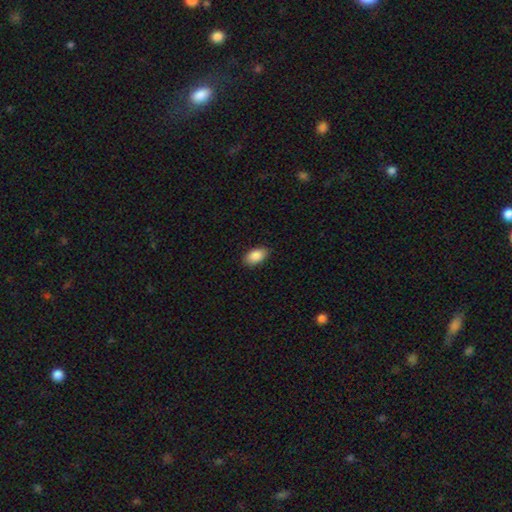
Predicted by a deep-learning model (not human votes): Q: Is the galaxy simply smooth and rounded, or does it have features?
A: smooth — 88%.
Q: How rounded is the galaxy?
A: in between — 93%.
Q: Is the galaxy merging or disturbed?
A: none — 86%.